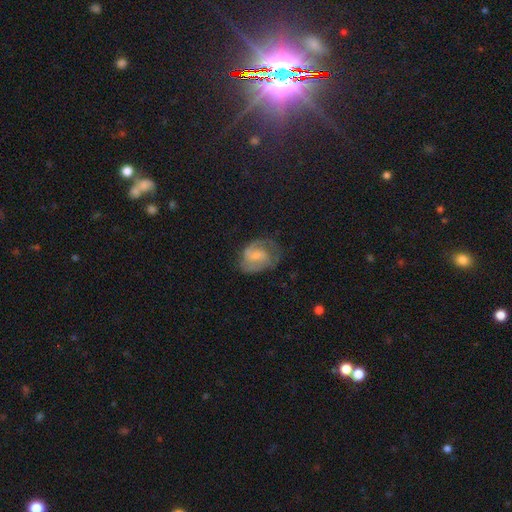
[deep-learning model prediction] Smooth or featured?
  - featured or disk: 70% *
  - smooth: 23%
  - star or artifact: 7%
Edge-on disk?
  - no: 98% *
  - yes: 2%
Bar?
  - weak: 48% *
  - no: 41%
  - strong: 11%
Spiral arms?
  - yes: 89% *
  - no: 11%
Spiral winding?
  - medium: 49% *
  - tight: 34%
  - loose: 17%
Spiral arm count?
  - 2: 70% *
  - can't tell: 14%
  - 1: 8%
  - 3: 5%
  - 4: 1%
  - more than 4: 1%
Bulge size?
  - small: 42% *
  - moderate: 30%
  - none: 21%
  - large: 6%
  - dominant: 1%
Merging?
  - none: 58% *
  - minor disturbance: 24%
  - major disturbance: 16%
  - merger: 2%